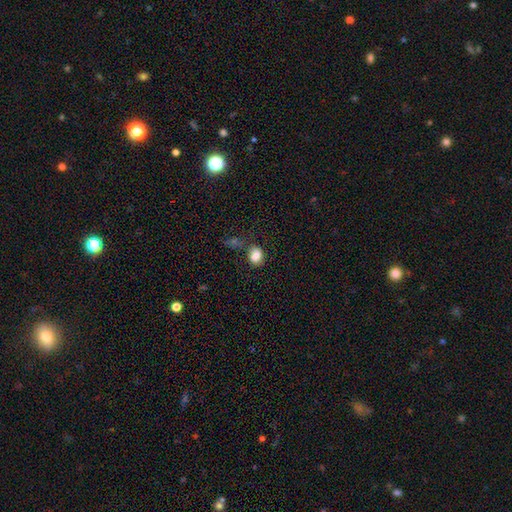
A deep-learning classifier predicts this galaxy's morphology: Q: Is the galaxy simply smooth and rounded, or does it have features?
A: smooth — 83%.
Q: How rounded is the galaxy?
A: in between — 57%.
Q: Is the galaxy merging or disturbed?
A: none — 52%.